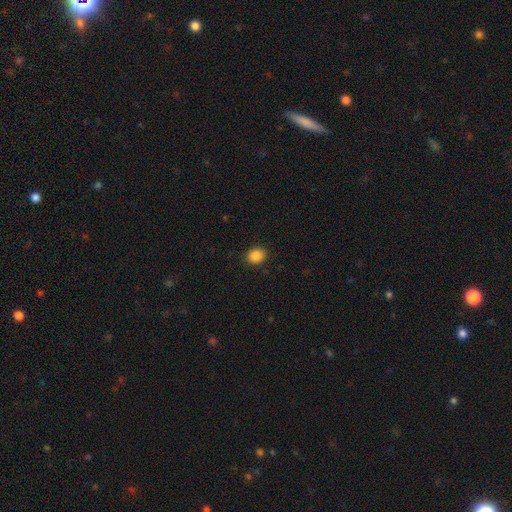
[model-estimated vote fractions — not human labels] Morphology: type=smooth (86%); roundness=round (62%); merging=none (89%).